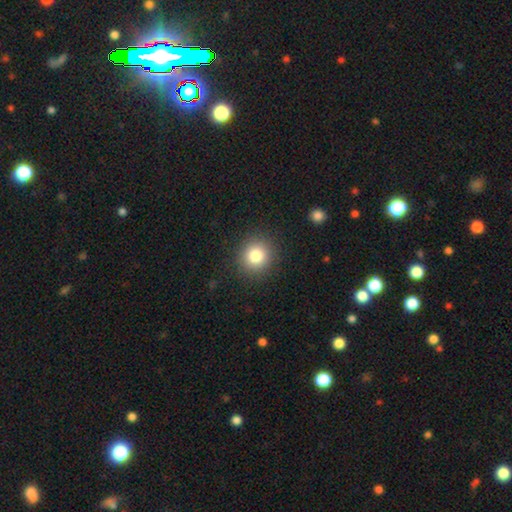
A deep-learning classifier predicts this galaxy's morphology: smooth 81%, star or artifact 11%, featured or disk 7%. Down the decision tree: how rounded — round (90%); merging — none (90%).